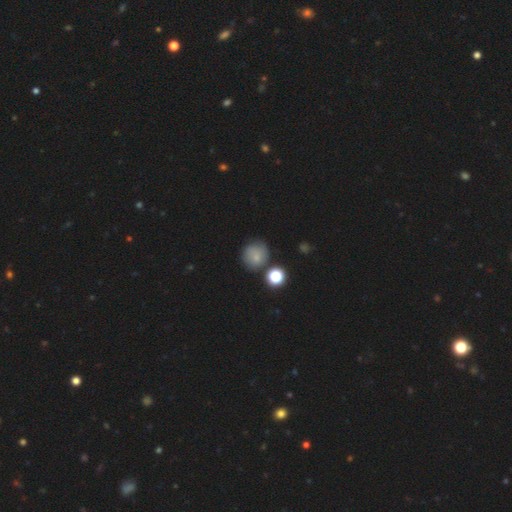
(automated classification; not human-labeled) This is likely a smooth galaxy (73%). How rounded: clearly round (87%). Merging: likely none (68%).